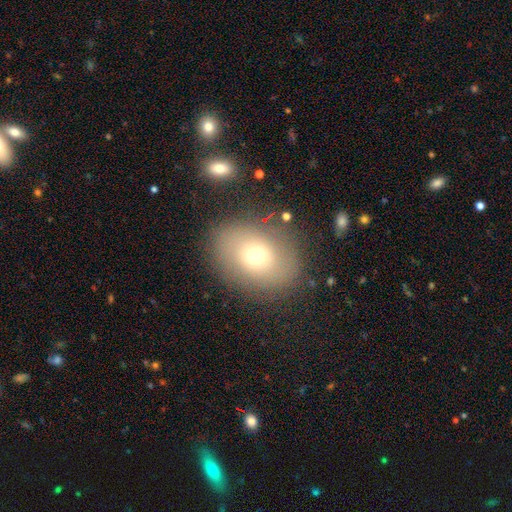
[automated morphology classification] This appears to be a smooth galaxy with no disk features (64%) that is in between round and cigar-shaped (61%). Merging: none (80%).